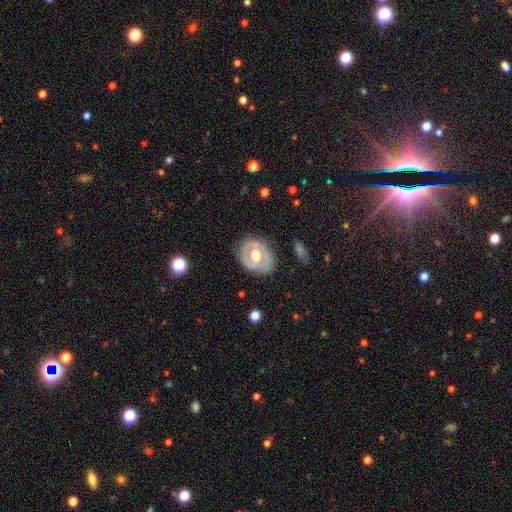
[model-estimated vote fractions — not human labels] Smooth or featured?
  - featured or disk: 62% *
  - smooth: 32%
  - star or artifact: 5%
Edge-on disk?
  - no: 94% *
  - yes: 6%
Bar?
  - no: 57% *
  - weak: 31%
  - strong: 12%
Spiral arms?
  - no: 72% *
  - yes: 28%
Bulge size?
  - moderate: 66% *
  - large: 26%
  - small: 5%
  - dominant: 1%
  - none: 1%
Merging?
  - none: 75% *
  - minor disturbance: 17%
  - major disturbance: 6%
  - merger: 1%